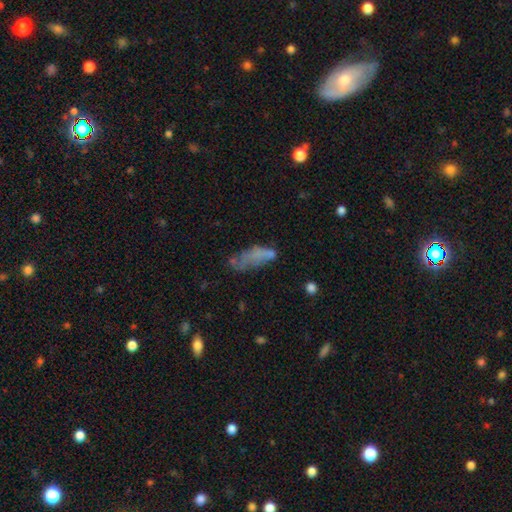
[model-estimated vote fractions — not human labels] smooth 56%, featured or disk 30%, star or artifact 13%. Down the decision tree: how rounded — in between (66%); merging — none (34%).